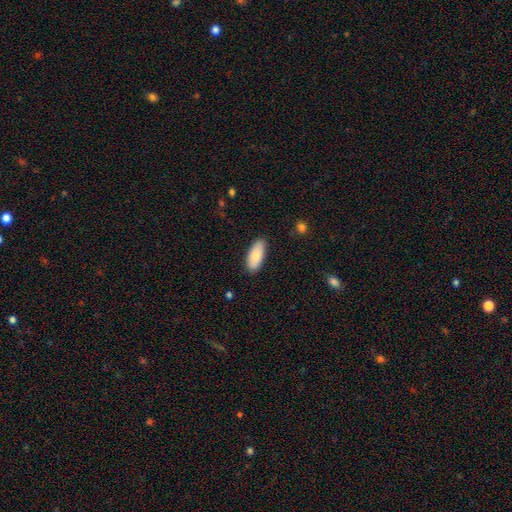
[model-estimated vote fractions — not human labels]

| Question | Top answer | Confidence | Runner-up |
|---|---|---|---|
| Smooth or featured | smooth | 84% | featured or disk (10%) |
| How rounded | in between | 85% | cigar-shaped (13%) |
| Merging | none | 86% | minor disturbance (11%) |